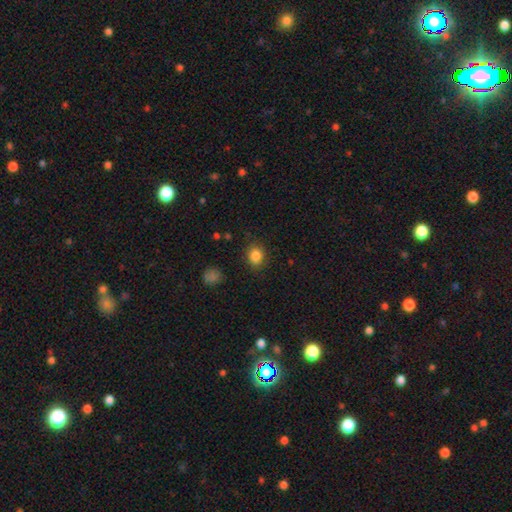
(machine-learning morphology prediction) Overall: smooth (85%). How rounded: round (65%; in between 34%). Merging: none (87%).